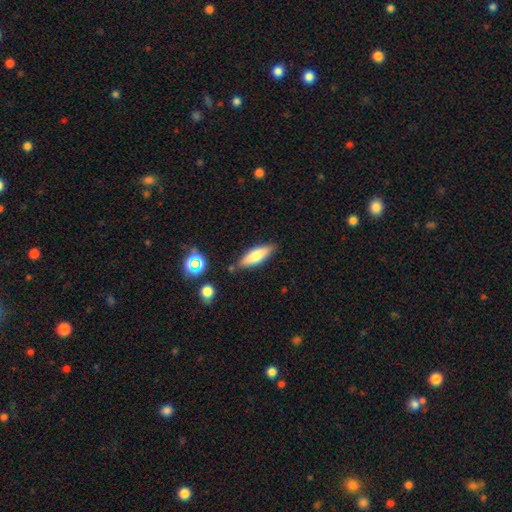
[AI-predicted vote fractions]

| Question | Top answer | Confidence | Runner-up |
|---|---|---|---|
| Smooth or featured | smooth | 70% | featured or disk (22%) |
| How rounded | in between | 50% | cigar-shaped (48%) |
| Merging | none | 80% | minor disturbance (13%) |